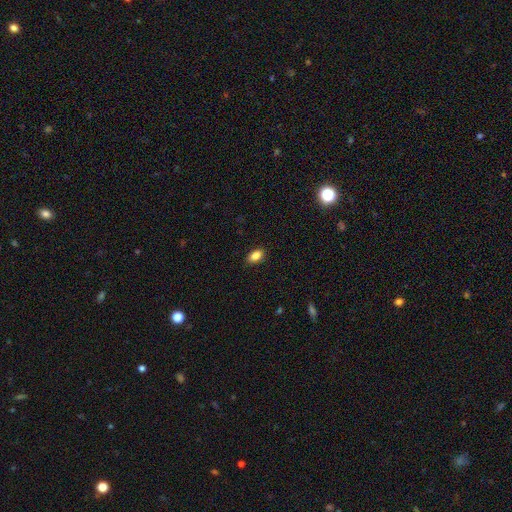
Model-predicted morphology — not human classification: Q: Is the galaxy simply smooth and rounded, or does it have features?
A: smooth — 86%.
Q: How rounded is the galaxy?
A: in between — 90%.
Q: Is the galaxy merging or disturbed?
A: none — 88%.